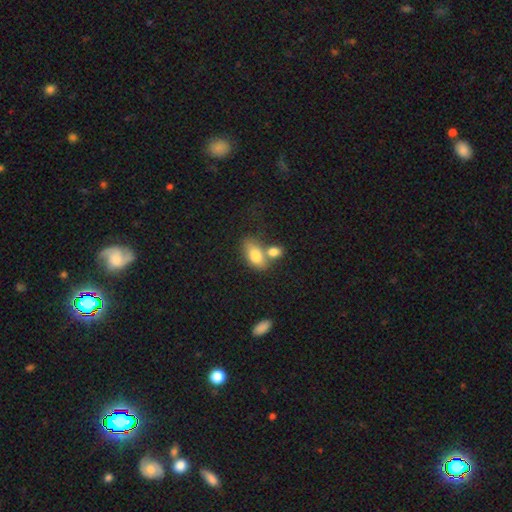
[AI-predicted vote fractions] A smooth galaxy with no disk features (77%) that is in between round and cigar-shaped (87%).

Vote fractions:
- Smooth or featured? smooth: 77% / featured or disk: 15% / star or artifact: 7%
- How rounded? in between: 87% / round: 9% / cigar-shaped: 4%
- Merging? merger: 44% / none: 39% / minor disturbance: 12% / major disturbance: 5%